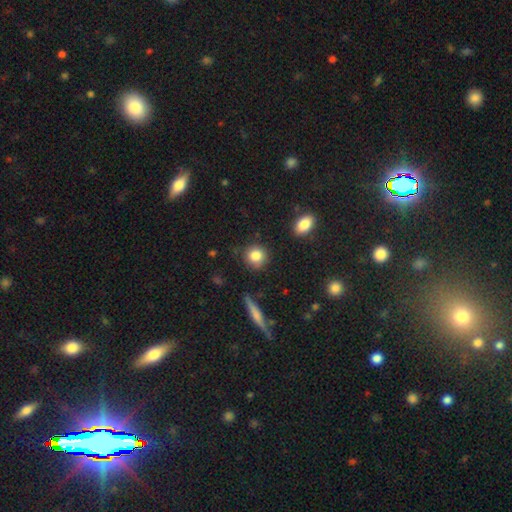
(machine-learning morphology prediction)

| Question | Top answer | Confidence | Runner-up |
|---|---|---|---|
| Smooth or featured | smooth | 84% | star or artifact (9%) |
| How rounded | round | 87% | in between (11%) |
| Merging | none | 85% | minor disturbance (10%) |